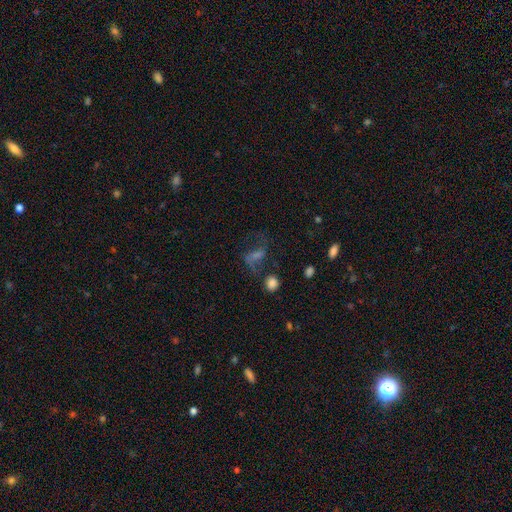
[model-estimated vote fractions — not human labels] Q: Smooth or featured?
A: featured or disk (51%); runner-up: star or artifact (26%)
Q: Edge-on disk?
A: no (94%); runner-up: yes (6%)
Q: Merging?
A: none (58%); runner-up: major disturbance (18%)